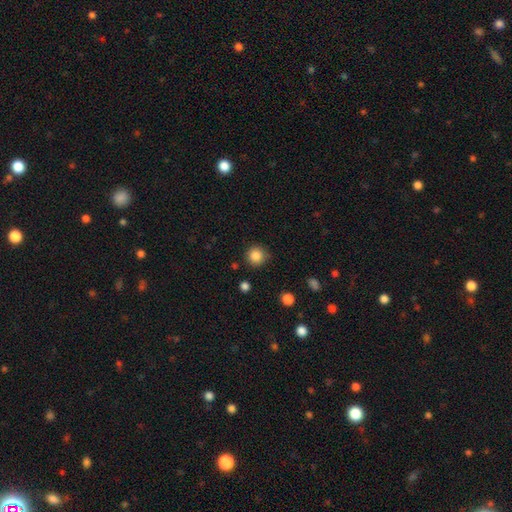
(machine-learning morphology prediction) This appears to be a smooth galaxy with no disk features (86%) that is round (93%). Merging: none (85%).